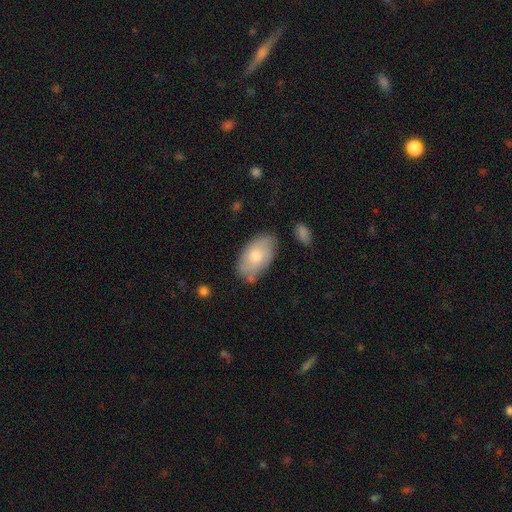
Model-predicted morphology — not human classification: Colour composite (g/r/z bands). It shows a smooth galaxy with no disk features (69%) that is in between round and cigar-shaped (93%). Merging: none (74%).